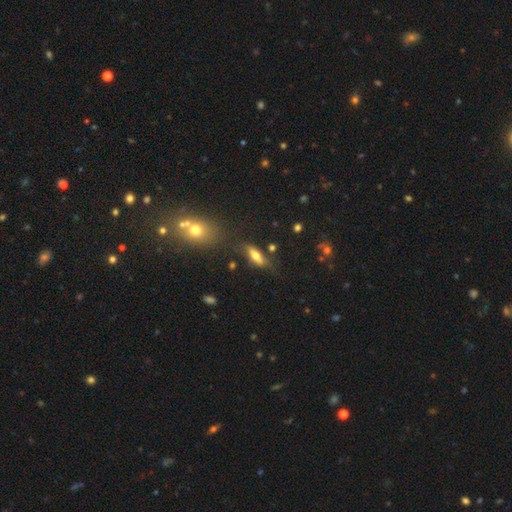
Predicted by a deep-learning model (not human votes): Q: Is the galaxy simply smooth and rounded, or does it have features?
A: smooth — 56%.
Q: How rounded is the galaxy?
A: in between — 54%.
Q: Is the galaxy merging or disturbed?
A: none — 66%.